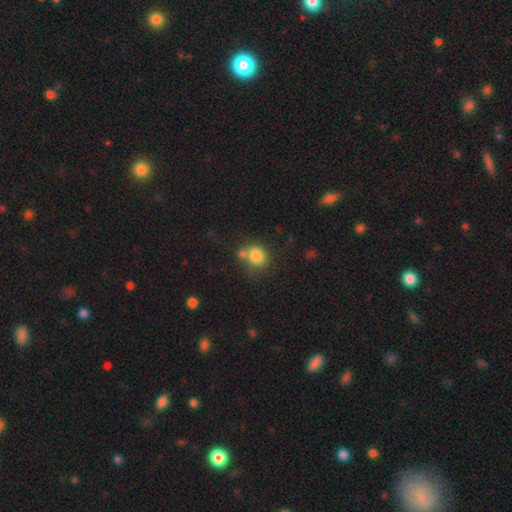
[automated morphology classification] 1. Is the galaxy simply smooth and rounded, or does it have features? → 82% smooth, 10% star or artifact, 8% featured or disk.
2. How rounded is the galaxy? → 76% round, 23% in between, 1% cigar-shaped.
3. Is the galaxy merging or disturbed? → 49% none, 29% merger, 15% minor disturbance, 7% major disturbance.